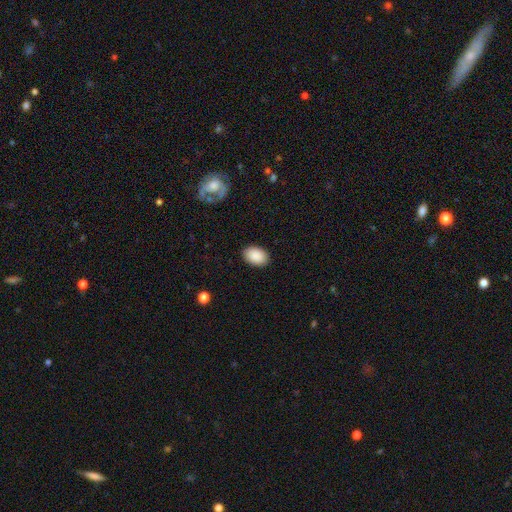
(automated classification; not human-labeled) Q: Smooth or featured?
A: smooth (90%); runner-up: star or artifact (7%)
Q: How rounded?
A: in between (88%); runner-up: round (11%)
Q: Merging?
A: none (89%); runner-up: minor disturbance (8%)